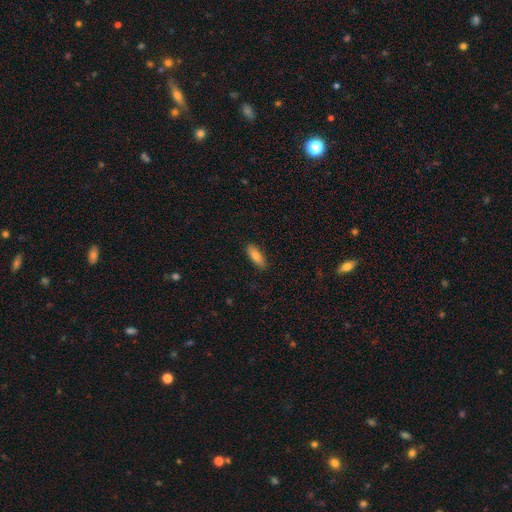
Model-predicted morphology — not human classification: A smooth galaxy with no disk features (79%) that is in between round and cigar-shaped (63%). Merging: none (88%).